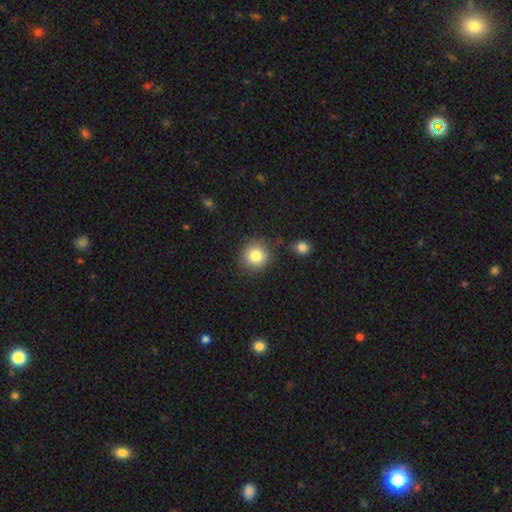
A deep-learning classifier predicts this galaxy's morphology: Smooth or featured?
  - smooth: 82% *
  - star or artifact: 11%
  - featured or disk: 7%
How rounded?
  - round: 93% *
  - in between: 6%
  - cigar-shaped: 1%
Merging?
  - none: 84% *
  - minor disturbance: 9%
  - merger: 5%
  - major disturbance: 3%